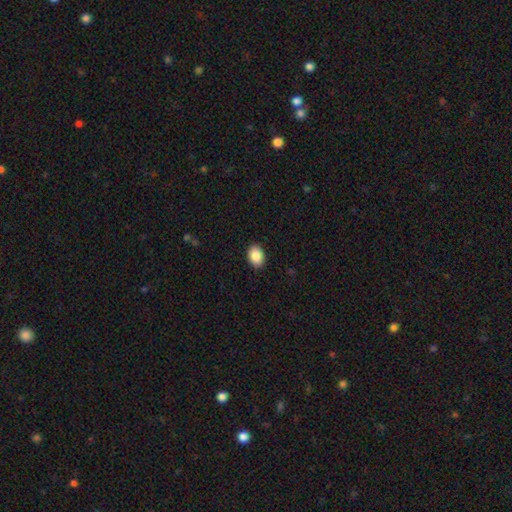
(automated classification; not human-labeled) smooth-or-featured: smooth: 88% | star or artifact: 7% | featured or disk: 4%
  how-rounded: in between: 79% | round: 20% | cigar-shaped: 1%
  merging: none: 90% | minor disturbance: 7% | major disturbance: 2% | merger: 1%